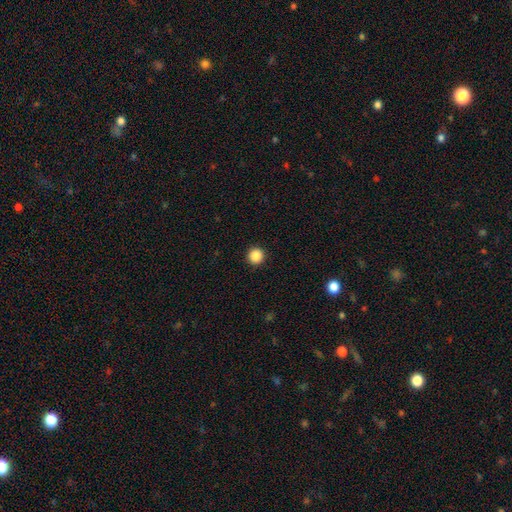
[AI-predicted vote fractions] Smooth or featured? Predicted: smooth (p=0.87). How rounded? Predicted: round (p=0.96). Merging? Predicted: none (p=0.93).